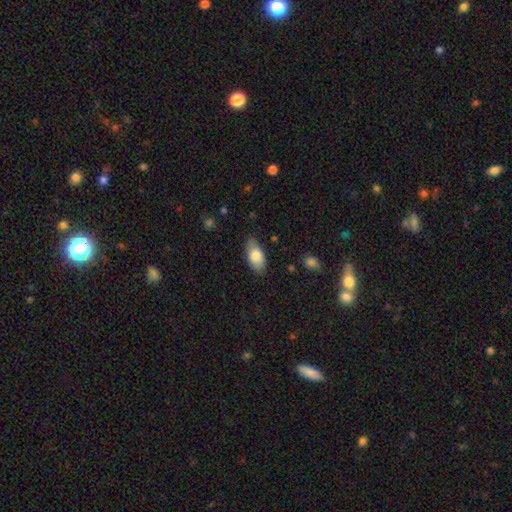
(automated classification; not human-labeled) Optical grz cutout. It shows a smooth galaxy with no disk features (80%) that is in between round and cigar-shaped (92%). Merging: none (81%).